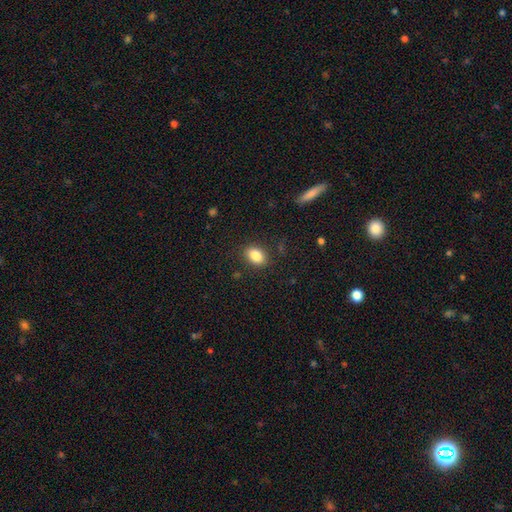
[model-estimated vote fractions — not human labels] smooth 85%, star or artifact 9%, featured or disk 6%. Down the decision tree: how rounded — in between (82%); merging — none (86%).